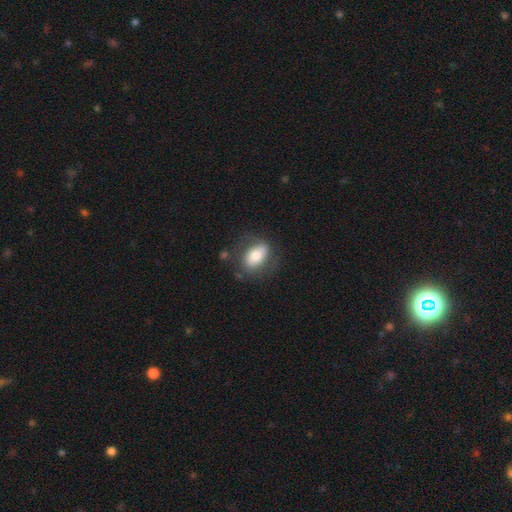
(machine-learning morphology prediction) This appears to be a smooth galaxy with no disk features (65%) that is in between round and cigar-shaped (83%). Merging: none (67%).